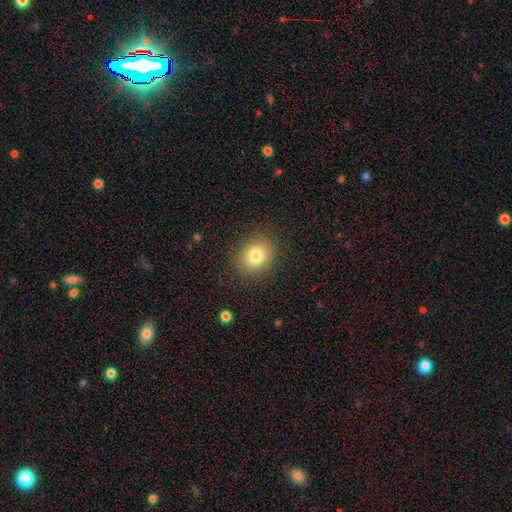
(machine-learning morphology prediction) This appears to be a smooth galaxy with no disk features (80%) that is round (66%). Merging: none (87%).